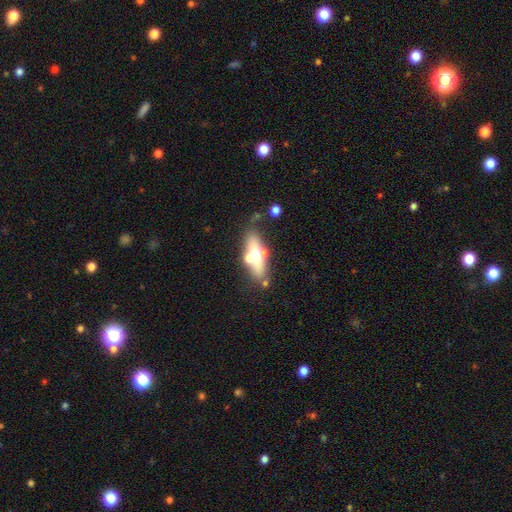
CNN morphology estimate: smooth-or-featured: featured or disk: 48% | smooth: 43% | star or artifact: 9%
  merging: none: 57% | merger: 21% | minor disturbance: 15% | major disturbance: 7%